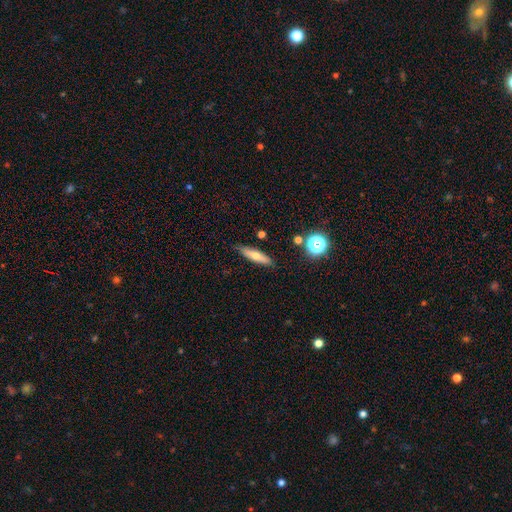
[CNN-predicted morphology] A smooth galaxy with no disk features (59%) that is cigar-shaped (75%). Merging: none (85%).